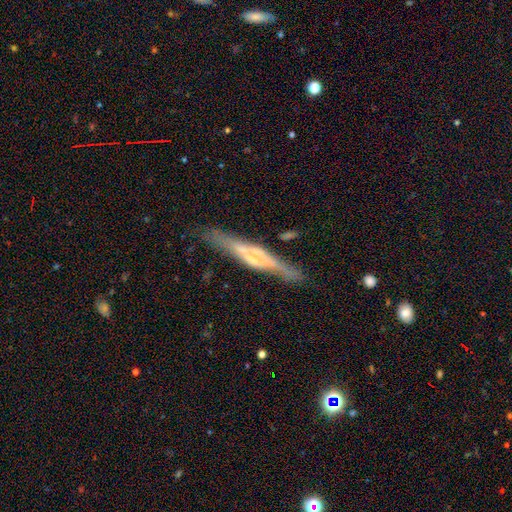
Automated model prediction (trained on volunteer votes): Smooth or featured?
  - featured or disk: 71% *
  - smooth: 22%
  - star or artifact: 7%
Edge-on disk?
  - yes: 94% *
  - no: 6%
Edge-on bulge?
  - boxy: 40% *
  - rounded: 39%
  - none: 21%
Merging?
  - none: 78% *
  - minor disturbance: 15%
  - major disturbance: 4%
  - merger: 3%